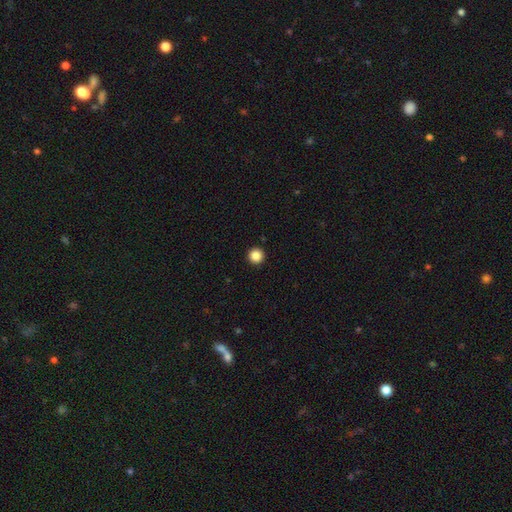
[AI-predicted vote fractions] smooth_or_featured: smooth (p=0.86) [alt: star or artifact p=0.11]
how_rounded: round (p=0.97) [alt: in between p=0.02]
merging: none (p=0.94) [alt: minor disturbance p=0.04]